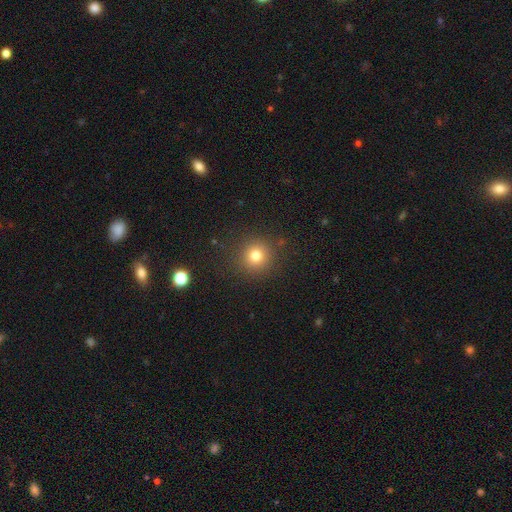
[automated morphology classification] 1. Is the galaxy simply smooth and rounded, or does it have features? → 78% smooth, 15% star or artifact, 7% featured or disk.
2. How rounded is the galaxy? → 94% round, 5% in between, 1% cigar-shaped.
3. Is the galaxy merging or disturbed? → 88% none, 7% minor disturbance, 3% major disturbance, 2% merger.